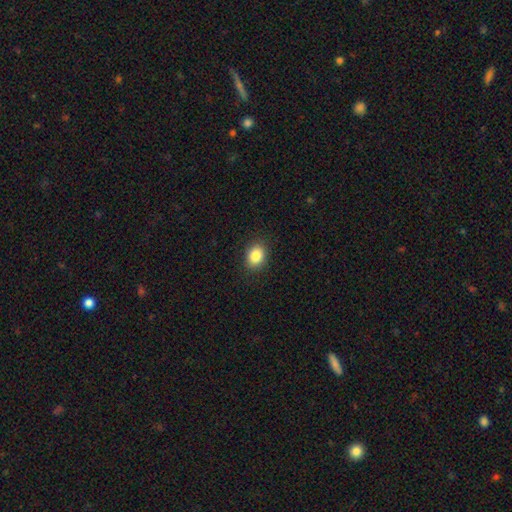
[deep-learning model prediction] A smooth galaxy with no disk features (86%) that is in between round and cigar-shaped (54%). Merging: none (89%).